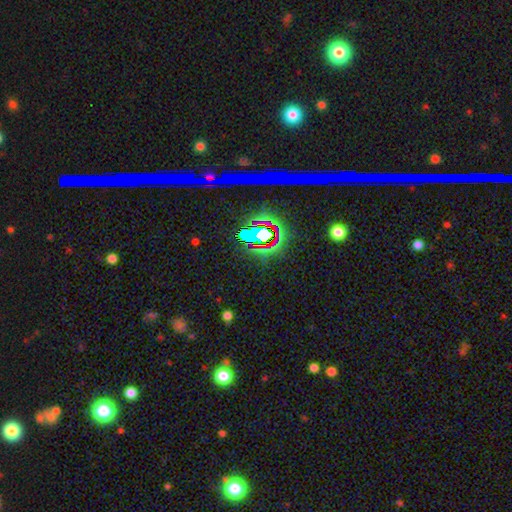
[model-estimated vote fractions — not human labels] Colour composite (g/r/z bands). It shows a star or artifact, not a galaxy (75%).